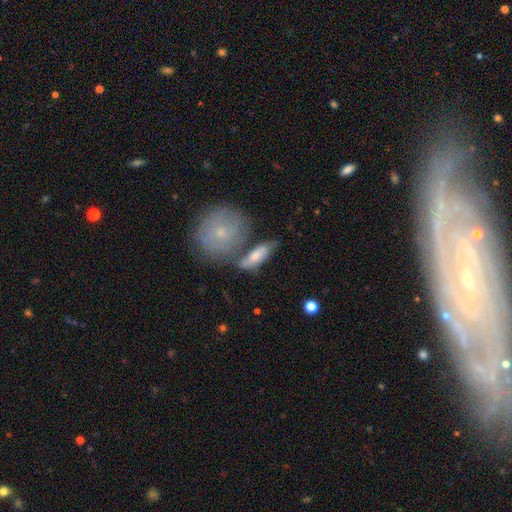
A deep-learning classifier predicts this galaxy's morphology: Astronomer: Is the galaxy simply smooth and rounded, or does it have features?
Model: smooth — 61%.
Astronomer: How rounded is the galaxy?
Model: in between — 67%.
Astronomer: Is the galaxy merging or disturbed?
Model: none — 46% (runner-up: merger, 26%).